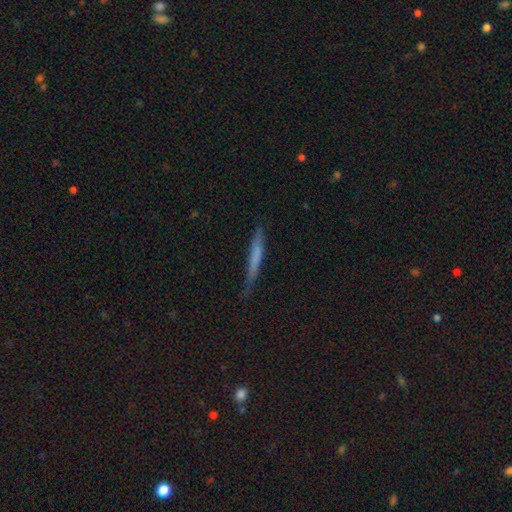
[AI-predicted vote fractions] Smooth or featured?
  - smooth: 60% *
  - featured or disk: 33%
  - star or artifact: 7%
How rounded?
  - cigar-shaped: 95% *
  - in between: 3%
  - round: 1%
Merging?
  - none: 72% *
  - minor disturbance: 22%
  - major disturbance: 5%
  - merger: 2%